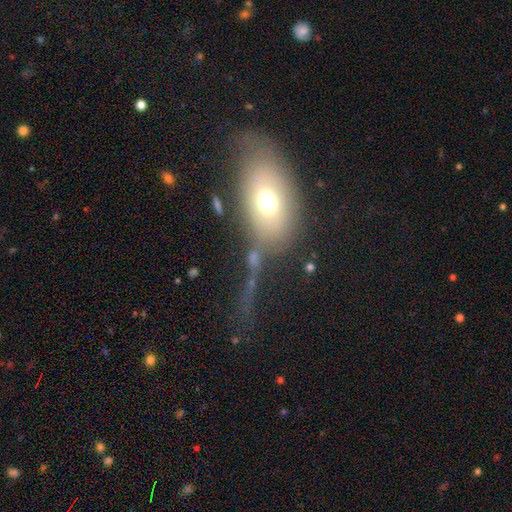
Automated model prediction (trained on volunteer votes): A smooth galaxy with no disk features (59%) that is in between round and cigar-shaped (80%).

Vote fractions:
- Smooth or featured? smooth: 59% / featured or disk: 27% / star or artifact: 13%
- How rounded? in between: 80% / round: 15% / cigar-shaped: 5%
- Merging? none: 39% / major disturbance: 27% / minor disturbance: 21% / merger: 12%